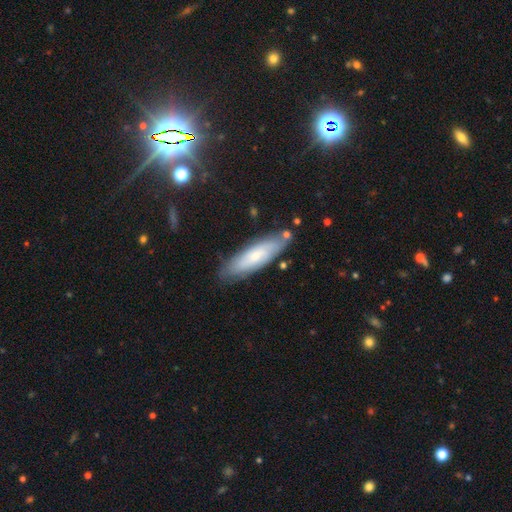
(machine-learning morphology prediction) This appears to be a smooth galaxy with no disk features (54%) that is cigar-shaped (56%). Merging: none (80%).